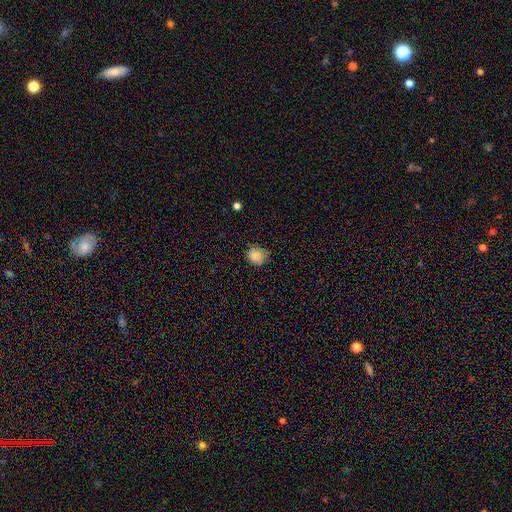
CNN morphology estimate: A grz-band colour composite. It shows a smooth galaxy with no disk features (86%) that is round (84%). Merging: none (76%).